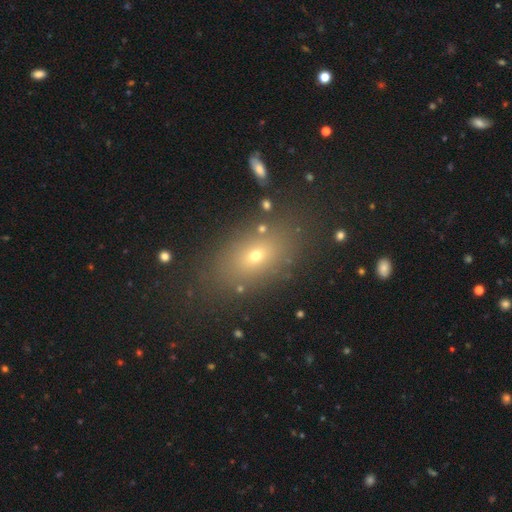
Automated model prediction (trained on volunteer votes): Q: Smooth or featured?
A: smooth (61%); runner-up: star or artifact (23%)
Q: How rounded?
A: in between (76%); runner-up: round (20%)
Q: Merging?
A: none (82%); runner-up: minor disturbance (10%)